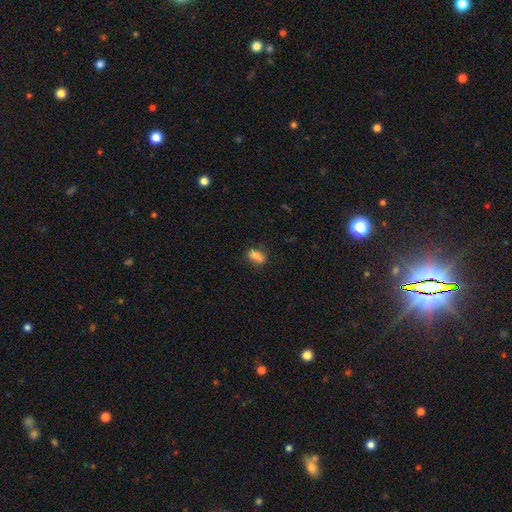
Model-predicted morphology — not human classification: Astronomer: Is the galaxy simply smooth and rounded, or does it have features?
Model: smooth — 78%.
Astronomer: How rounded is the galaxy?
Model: in between — 80%.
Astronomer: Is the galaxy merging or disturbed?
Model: none — 56%.